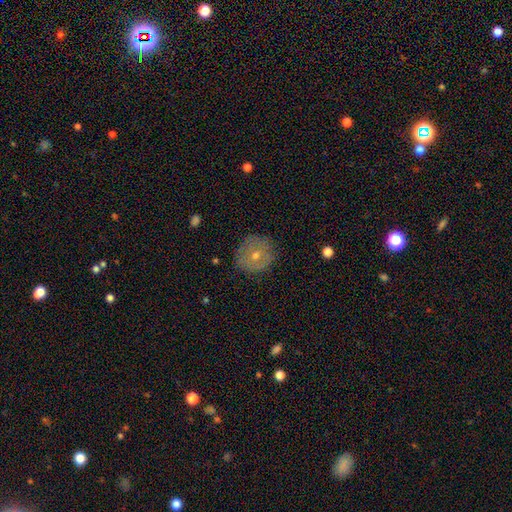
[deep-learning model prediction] smooth-or-featured: smooth: 56% | featured or disk: 35% | star or artifact: 9%
  how-rounded: round: 89% | in between: 10% | cigar-shaped: 1%
  merging: none: 80% | minor disturbance: 15% | major disturbance: 4% | merger: 1%